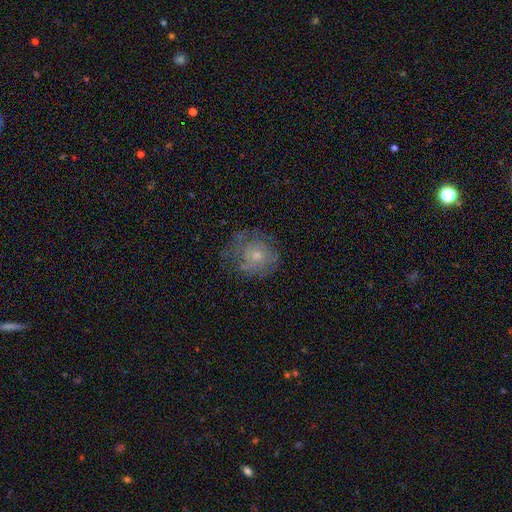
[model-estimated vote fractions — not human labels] Smooth or featured? Predicted: featured or disk (p=0.56). Edge-on disk? Predicted: no (p=0.97). Bar? Predicted: no (p=0.84). Spiral arms? Predicted: yes (p=0.66). Bulge size? Predicted: small (p=0.50). Merging? Predicted: none (p=0.58).